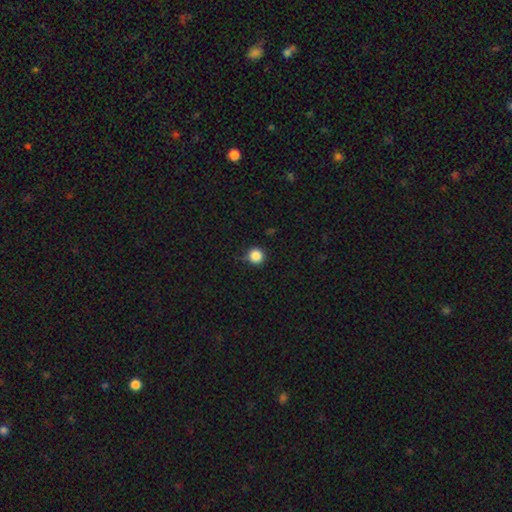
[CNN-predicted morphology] Smooth or featured: smooth — 86% (star or artifact — 11%)
How rounded: round — 96% (in between — 3%)
Merging: none — 82% (minor disturbance — 13%)